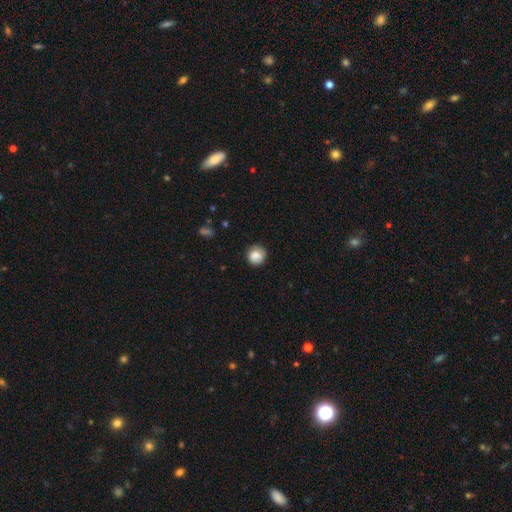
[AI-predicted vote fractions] Smooth or featured? Predicted: smooth (p=0.83). How rounded? Predicted: round (p=0.90). Merging? Predicted: none (p=0.84).